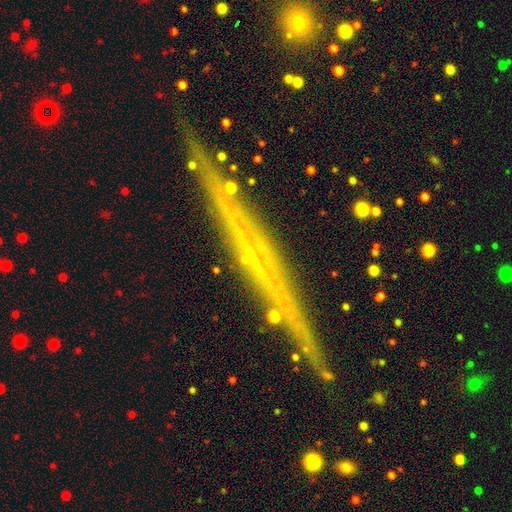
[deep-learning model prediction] Q: Smooth or featured?
A: featured or disk (63%); runner-up: smooth (26%)
Q: Edge-on disk?
A: yes (93%); runner-up: no (7%)
Q: Edge-on bulge?
A: none (84%); runner-up: rounded (9%)
Q: Merging?
A: none (85%); runner-up: minor disturbance (11%)